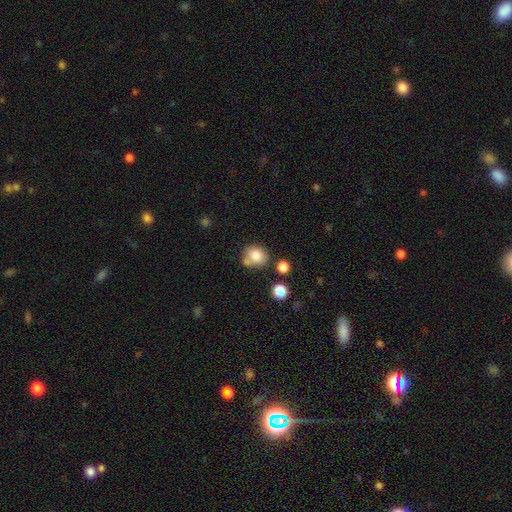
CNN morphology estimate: Smooth or featured?
  - smooth: 81% *
  - star or artifact: 10%
  - featured or disk: 9%
How rounded?
  - round: 71% *
  - in between: 28%
  - cigar-shaped: 1%
Merging?
  - none: 59% *
  - merger: 20%
  - minor disturbance: 16%
  - major disturbance: 5%